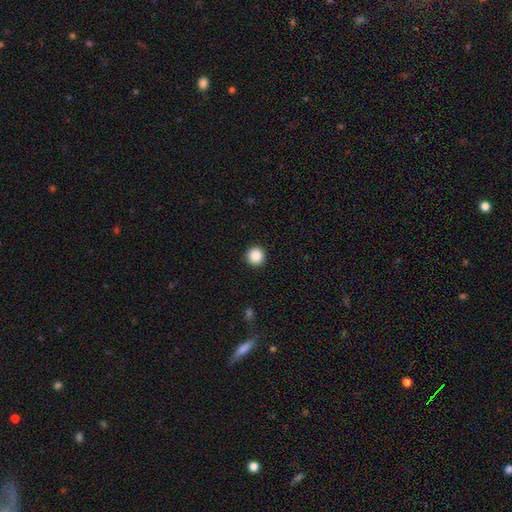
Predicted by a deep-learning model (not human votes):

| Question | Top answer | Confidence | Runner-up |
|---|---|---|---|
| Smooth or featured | smooth | 88% | star or artifact (9%) |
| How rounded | round | 96% | in between (3%) |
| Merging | none | 93% | minor disturbance (4%) |